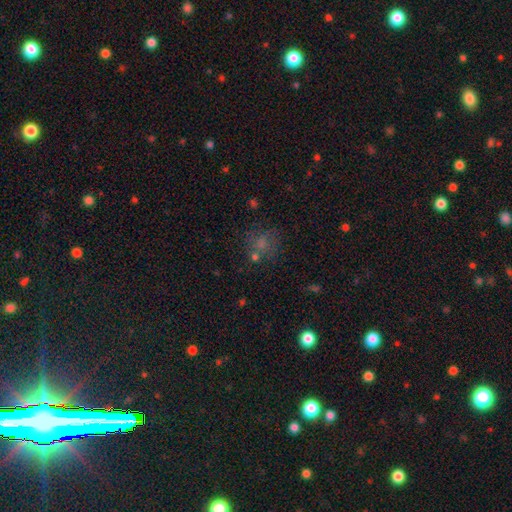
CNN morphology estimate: A smooth galaxy with no disk features (54%) that is round (77%). Merging: none (64%).